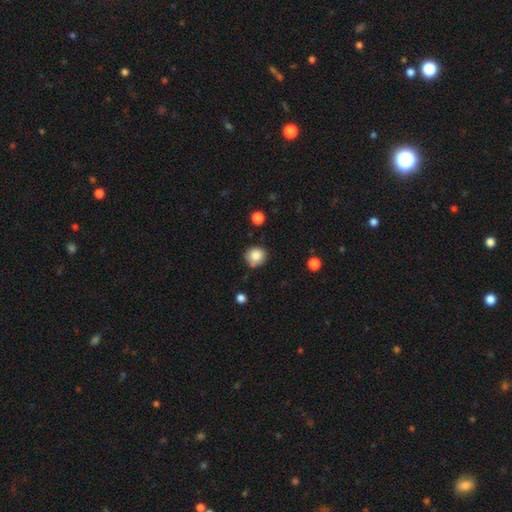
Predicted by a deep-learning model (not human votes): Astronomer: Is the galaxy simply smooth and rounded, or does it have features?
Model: smooth — 85%.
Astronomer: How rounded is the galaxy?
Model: round — 90%.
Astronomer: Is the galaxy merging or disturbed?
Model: none — 77%.